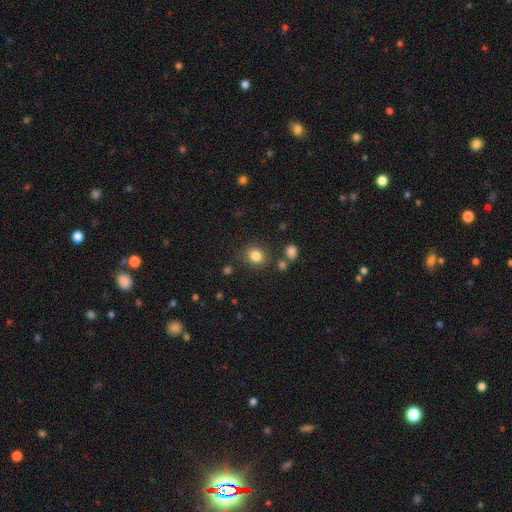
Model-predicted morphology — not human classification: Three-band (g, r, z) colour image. It shows a smooth galaxy with no disk features (83%) that is round (69%). Merging: none (80%).